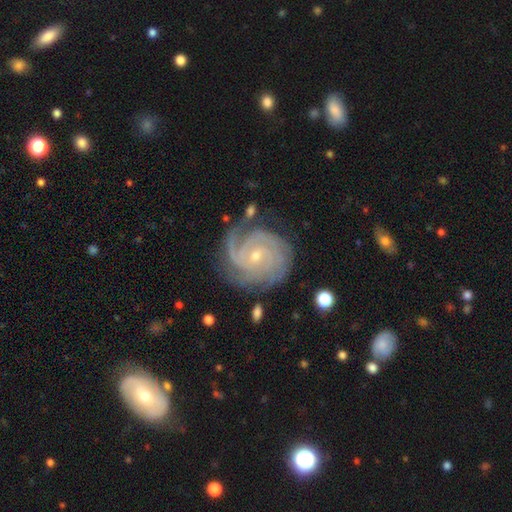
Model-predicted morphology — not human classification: smooth-or-featured: featured or disk: 90% | star or artifact: 6% | smooth: 4%
  disk-edge-on: no: 98% | yes: 2%
    bar: no: 62% | weak: 30% | strong: 8%
    has-spiral-arms: yes: 98% | no: 2%
      spiral-winding: tight: 74% | medium: 23% | loose: 3%
      spiral-arm-count: 3: 35% | 4: 23% | 2: 15% | can't tell: 14% | more than 4: 7% | 1: 6%
    bulge-size: small: 72% | moderate: 25% | none: 1% | large: 1% | dominant: 1%
  merging: none: 73% | minor disturbance: 18% | major disturbance: 7% | merger: 3%